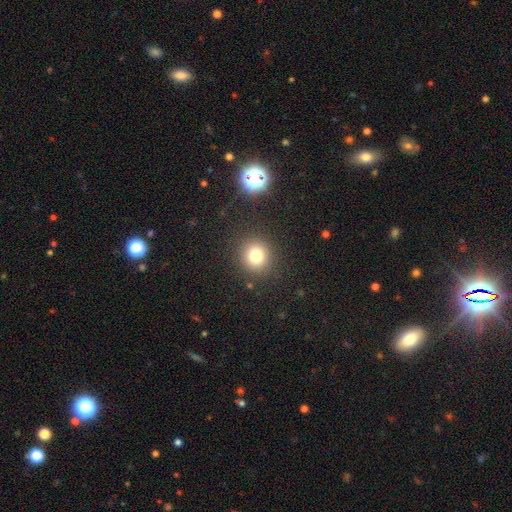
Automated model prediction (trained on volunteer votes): Smooth or featured? Predicted: smooth (p=0.76). How rounded? Predicted: round (p=0.89). Merging? Predicted: none (p=0.89).